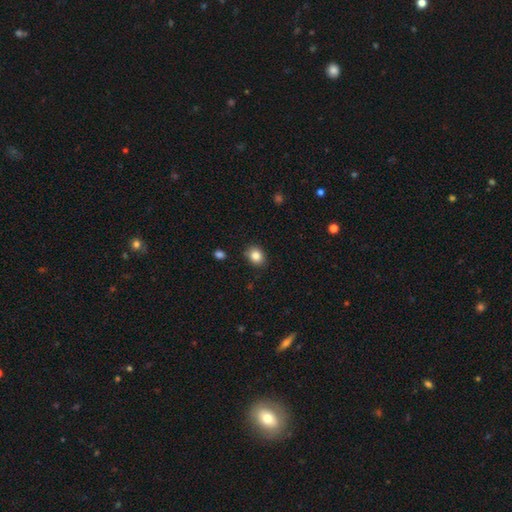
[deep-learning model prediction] This is clearly a smooth galaxy (85%). How rounded: possibly round (56%). Merging: clearly none (85%).